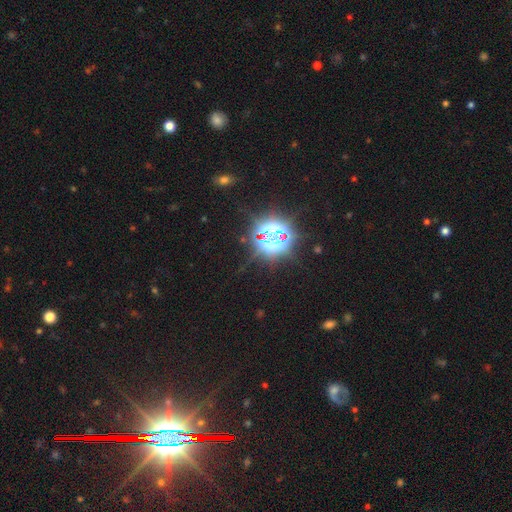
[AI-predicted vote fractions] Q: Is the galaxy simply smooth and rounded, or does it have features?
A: star or artifact — 81%.